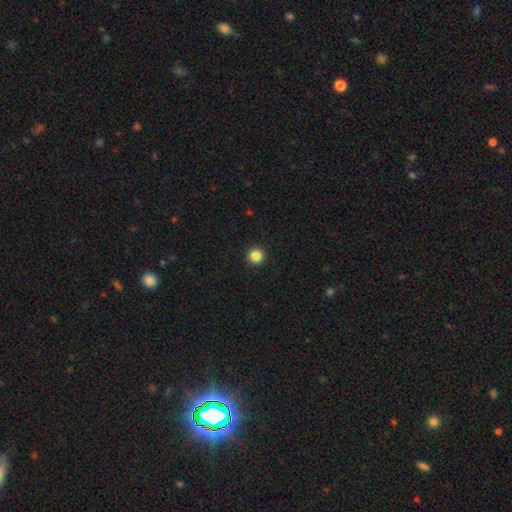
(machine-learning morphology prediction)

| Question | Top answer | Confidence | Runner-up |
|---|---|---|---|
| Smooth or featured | smooth | 85% | star or artifact (11%) |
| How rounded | round | 97% | in between (3%) |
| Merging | none | 94% | minor disturbance (4%) |